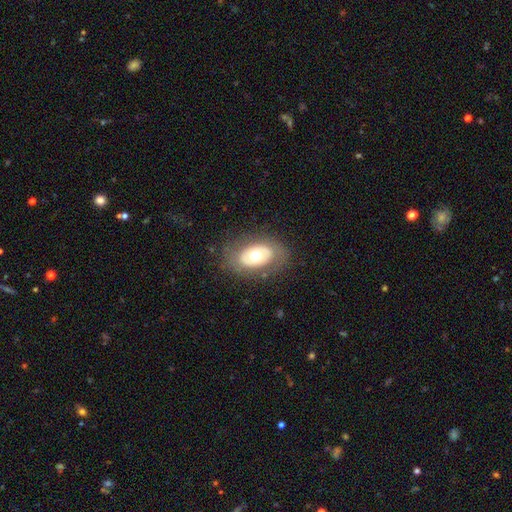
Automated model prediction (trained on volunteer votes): smooth-or-featured: smooth: 51% | featured or disk: 42% | star or artifact: 7%
  how-rounded: in between: 84% | round: 14% | cigar-shaped: 1%
  merging: none: 78% | minor disturbance: 14% | major disturbance: 7% | merger: 1%